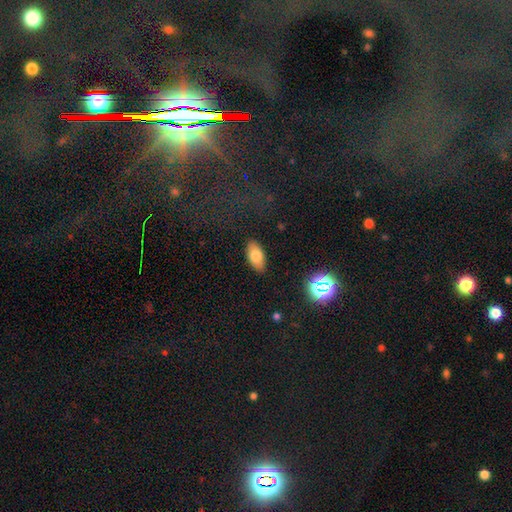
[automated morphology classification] Smooth or featured: smooth — 76% (featured or disk — 15%)
How rounded: in between — 91% (cigar-shaped — 5%)
Merging: none — 87% (minor disturbance — 9%)